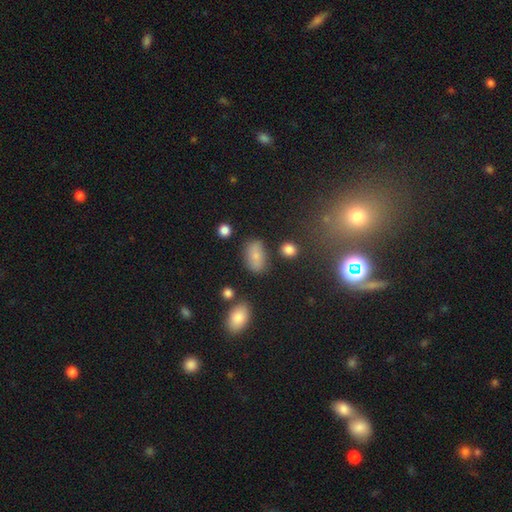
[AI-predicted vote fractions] Smooth or featured? Predicted: smooth (p=0.78). How rounded? Predicted: in between (p=0.90). Merging? Predicted: none (p=0.75).